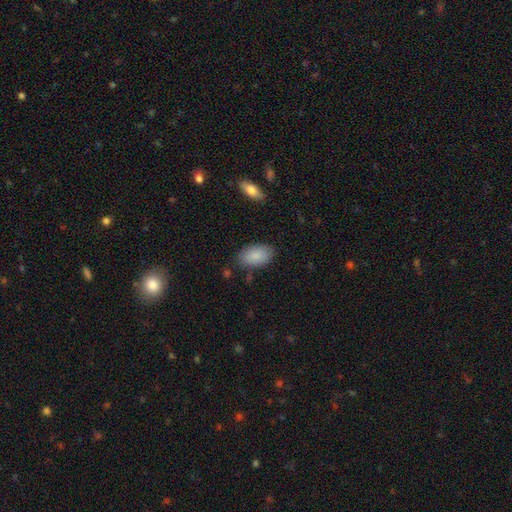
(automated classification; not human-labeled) The model was most divided on "merging": none: 80%, minor disturbance: 14%, major disturbance: 3%, merger: 2%. More confident: how rounded — in between (94%); smooth or featured — smooth (87%).